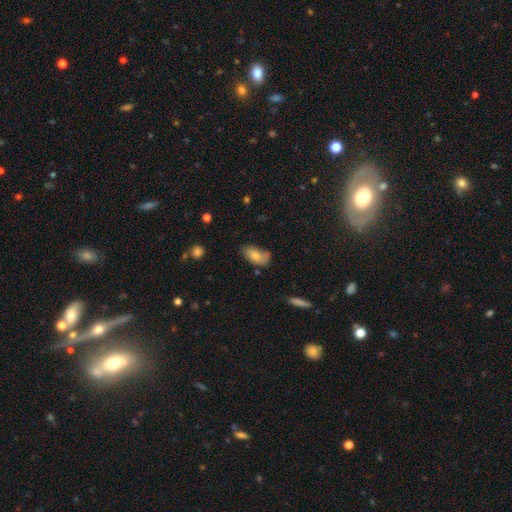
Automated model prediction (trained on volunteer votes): Smooth or featured? smooth (75%)
How rounded? in between (92%)
Merging? none (57%)